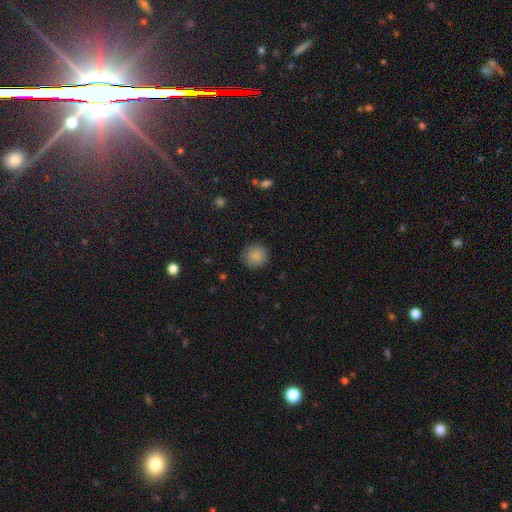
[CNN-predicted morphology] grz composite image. It shows a smooth galaxy with no disk features (87%) that is round (93%). Merging: none (90%).